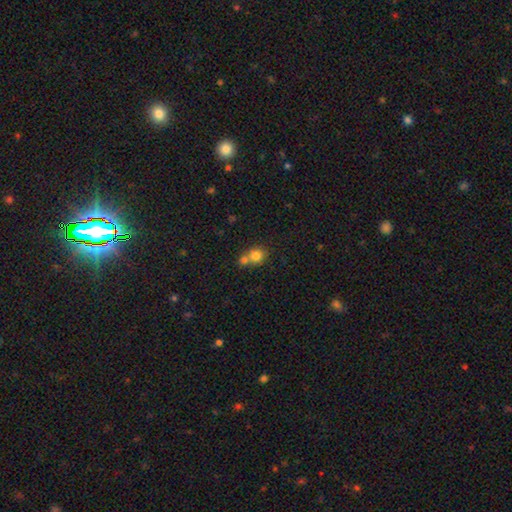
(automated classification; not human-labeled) A smooth galaxy with no disk features (78%) that is round (79%). Merging: merger (51%).